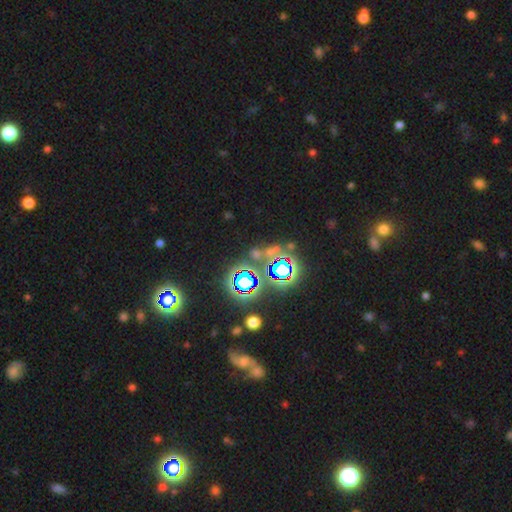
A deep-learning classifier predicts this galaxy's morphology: Q: Smooth or featured?
A: star or artifact (71%); runner-up: smooth (18%)